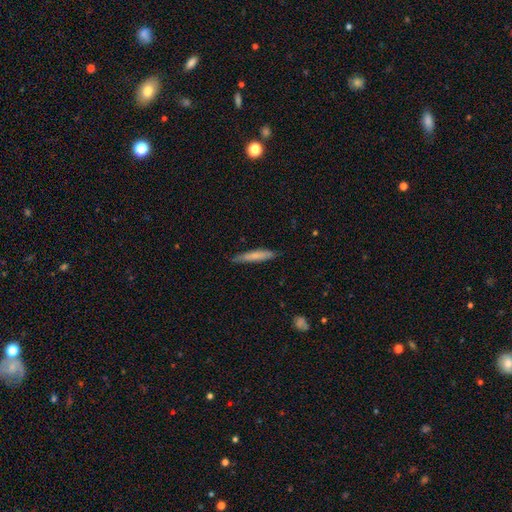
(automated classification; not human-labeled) The model was most divided on "smooth or featured": smooth: 72%, featured or disk: 23%, star or artifact: 6%. More confident: how rounded — cigar-shaped (92%); merging — none (84%).